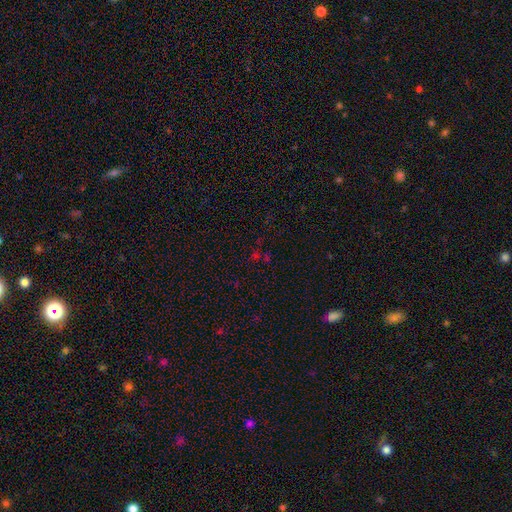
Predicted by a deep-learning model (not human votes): Q: Smooth or featured?
A: star or artifact (58%); runner-up: smooth (32%)